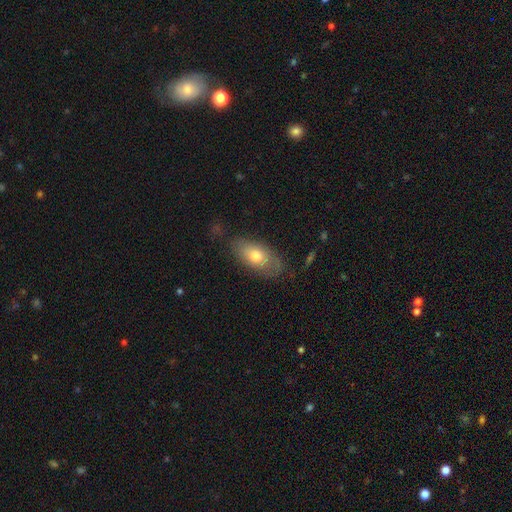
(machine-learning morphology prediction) Overall: smooth (69%). How rounded: in between (90%). Merging: none (66%).